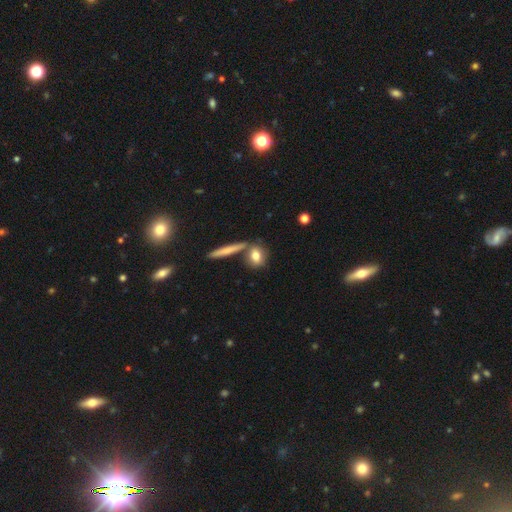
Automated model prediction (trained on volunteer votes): Smooth or featured? Predicted: smooth (p=0.75). How rounded? Predicted: in between (p=0.43). Merging? Predicted: none (p=0.65).